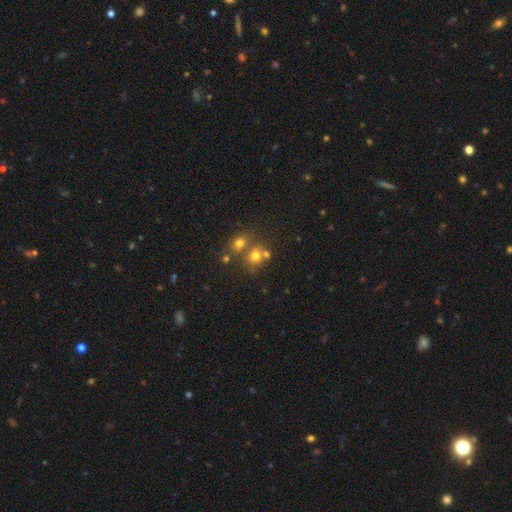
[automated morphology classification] Smooth or featured? smooth (66%)
How rounded? round (73%)
Merging? none (46%)